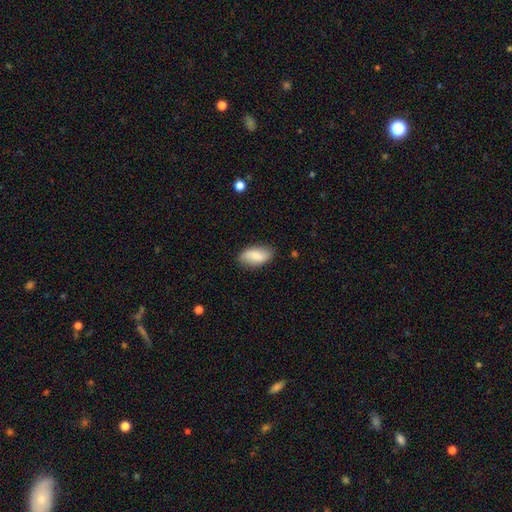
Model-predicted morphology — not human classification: Smooth or featured?
  - smooth: 75% *
  - featured or disk: 19%
  - star or artifact: 7%
How rounded?
  - in between: 92% *
  - cigar-shaped: 4%
  - round: 4%
Merging?
  - none: 81% *
  - minor disturbance: 15%
  - major disturbance: 3%
  - merger: 1%